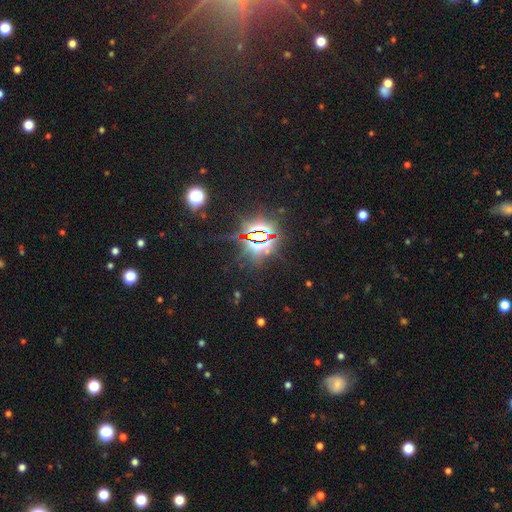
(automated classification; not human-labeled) Smooth or featured: star or artifact — 81% (smooth — 11%)